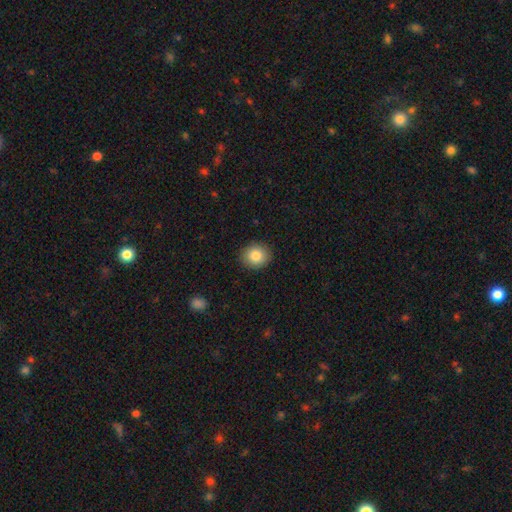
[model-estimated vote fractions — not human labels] This is clearly a smooth galaxy (84%). How rounded: likely round (77%). Merging: clearly none (90%).